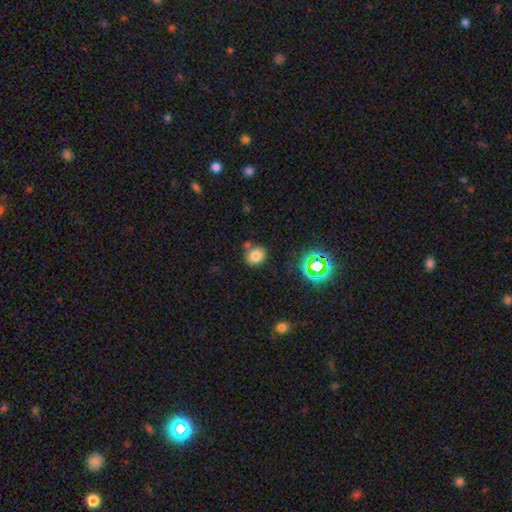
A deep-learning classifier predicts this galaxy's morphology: smooth-or-featured: smooth: 76% | star or artifact: 17% | featured or disk: 8%
  how-rounded: round: 61% | in between: 38% | cigar-shaped: 1%
  merging: none: 75% | minor disturbance: 11% | merger: 11% | major disturbance: 3%